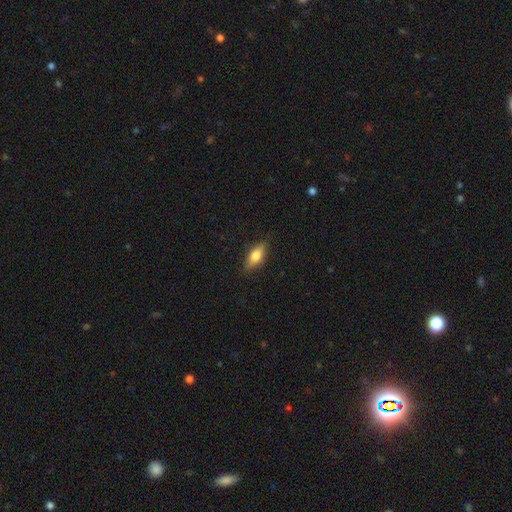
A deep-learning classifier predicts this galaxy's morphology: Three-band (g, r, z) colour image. It shows a smooth galaxy with no disk features (72%) that is in between round and cigar-shaped (78%). Merging: none (84%).